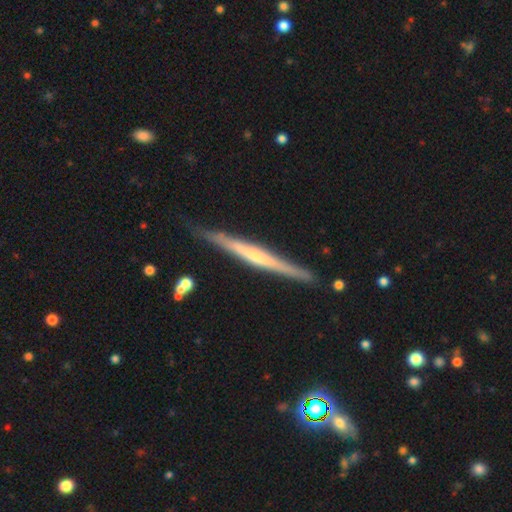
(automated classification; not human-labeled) Morphology: type=featured or disk (69%); edge-on=yes (97%); edge-on bulge=none (47%); merging=none (86%).